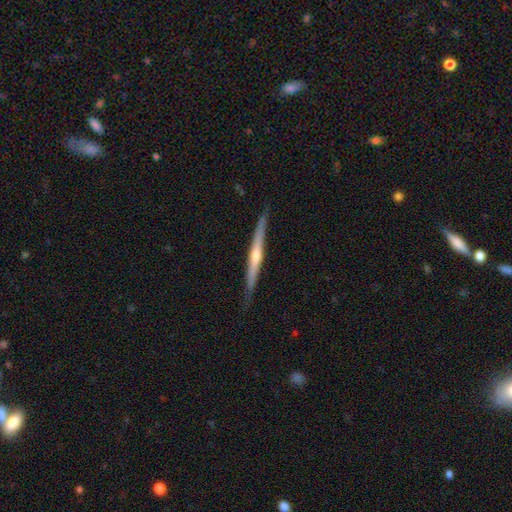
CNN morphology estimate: A featured or disk galaxy (74%) viewed edge-on (98%) with a rounded central bulge (72%).

Vote fractions:
- Smooth or featured? featured or disk: 74% / smooth: 21% / star or artifact: 5%
- Edge-on disk? yes: 98% / no: 2%
- Edge-on bulge? rounded: 72% / none: 23% / boxy: 5%
- Merging? none: 87% / minor disturbance: 11% / major disturbance: 2% / merger: 1%